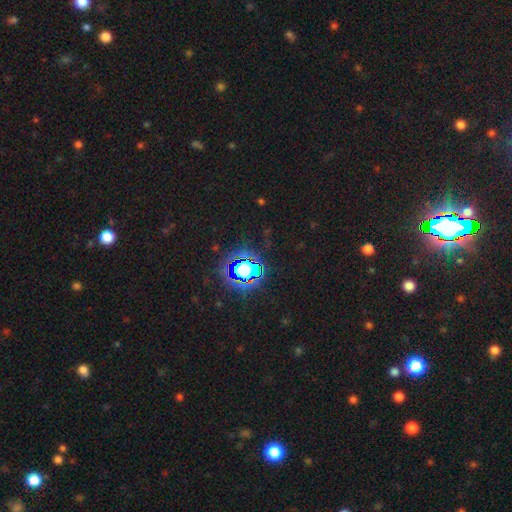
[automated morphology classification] Smooth or featured: star or artifact — 84% (smooth — 10%)